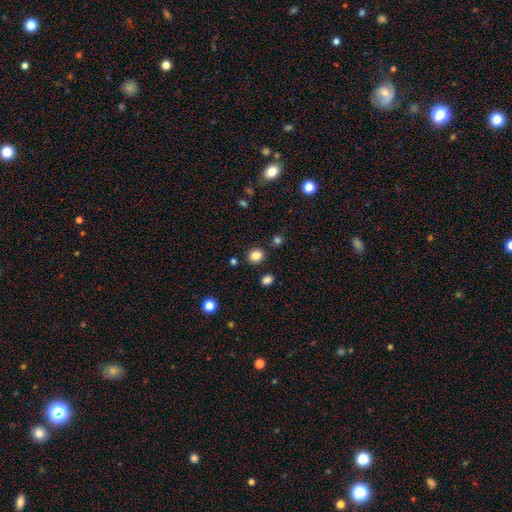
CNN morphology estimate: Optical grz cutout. It shows a smooth galaxy with no disk features (84%) that is round (64%). Merging: none (86%).